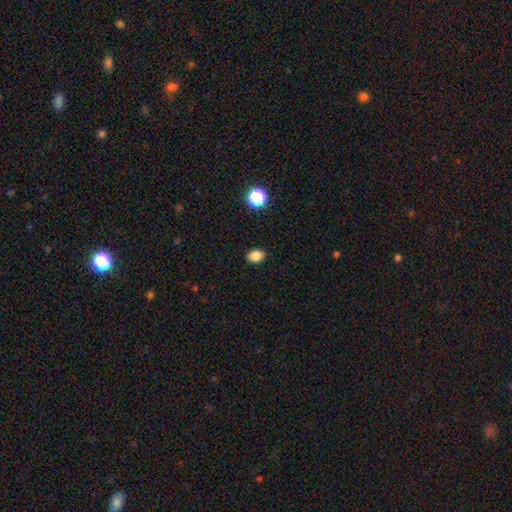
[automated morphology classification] smooth-or-featured: smooth: 85% | star or artifact: 11% | featured or disk: 4%
  how-rounded: in between: 70% | round: 29% | cigar-shaped: 1%
  merging: none: 89% | minor disturbance: 8% | major disturbance: 2% | merger: 1%